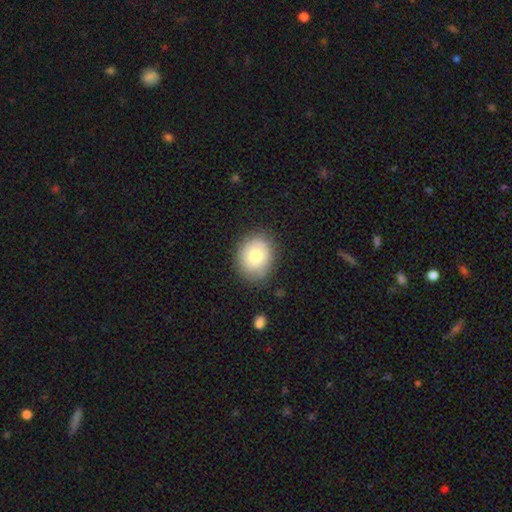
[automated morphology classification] A smooth galaxy with no disk features (77%) that is round (58%). Merging: none (82%).